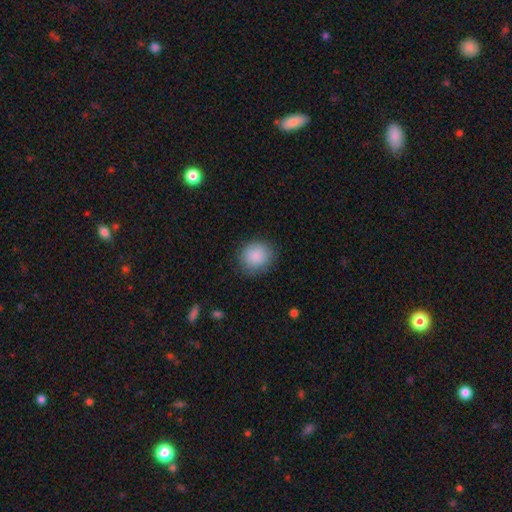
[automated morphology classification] Overall: smooth (88%). How rounded: round (80%). Merging: none (84%).